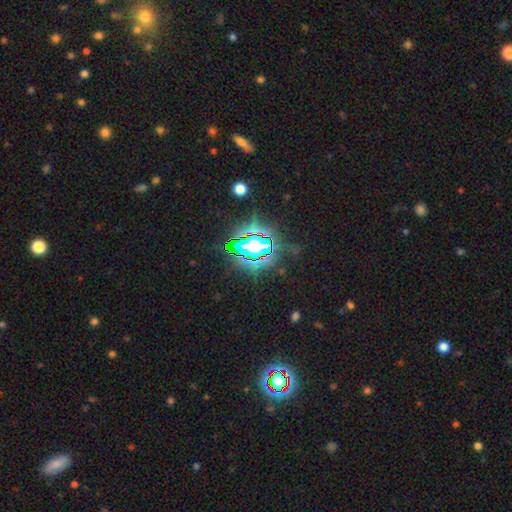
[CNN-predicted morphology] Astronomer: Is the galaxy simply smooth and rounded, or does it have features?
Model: star or artifact — 74%.